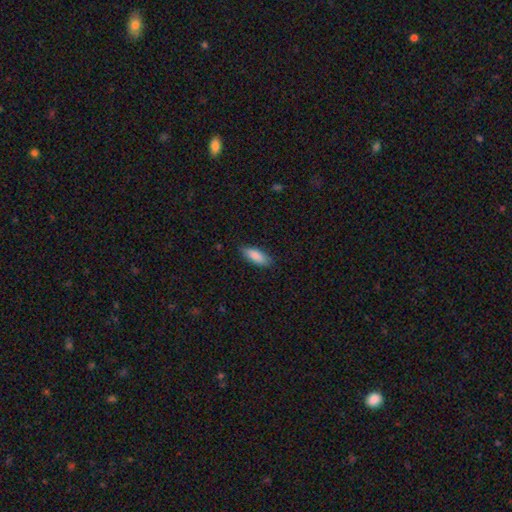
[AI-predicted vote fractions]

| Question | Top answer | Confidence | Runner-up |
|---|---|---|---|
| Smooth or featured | smooth | 87% | featured or disk (7%) |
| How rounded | in between | 70% | cigar-shaped (28%) |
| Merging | none | 83% | minor disturbance (13%) |